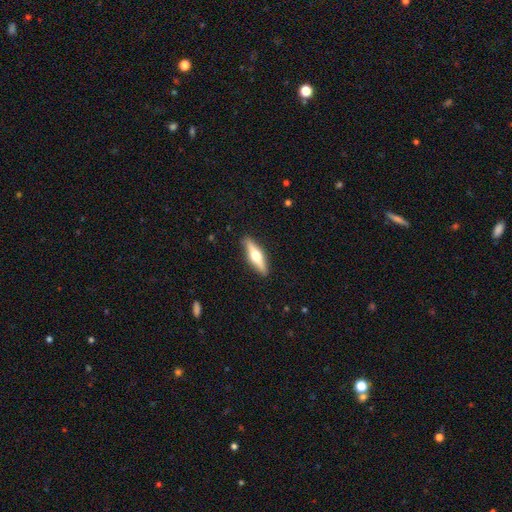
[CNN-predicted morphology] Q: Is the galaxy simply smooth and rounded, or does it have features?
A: featured or disk — 56%.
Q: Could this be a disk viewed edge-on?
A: yes — 93%.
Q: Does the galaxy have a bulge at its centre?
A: rounded — 95%.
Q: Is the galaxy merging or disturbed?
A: none — 90%.